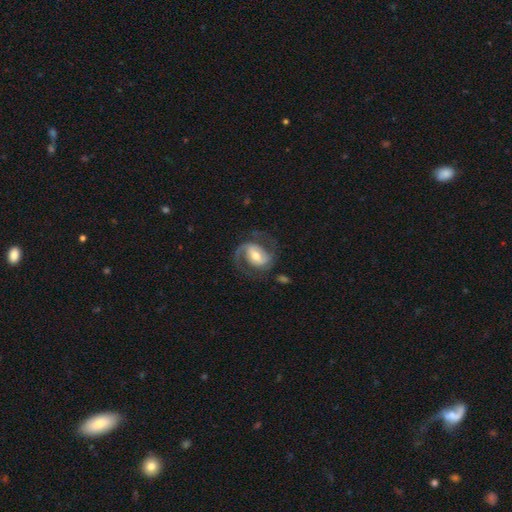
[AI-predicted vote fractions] Overall: featured or disk (84%). Edge-on disk: no (97%). Bar: weak (43%; strong 34%). Spiral arms: yes (94%). Spiral arm count: 2 (82%). Spiral winding: medium (53%; loose 26%). Bulge size: moderate (64%; small 24%). Merging: none (68%).